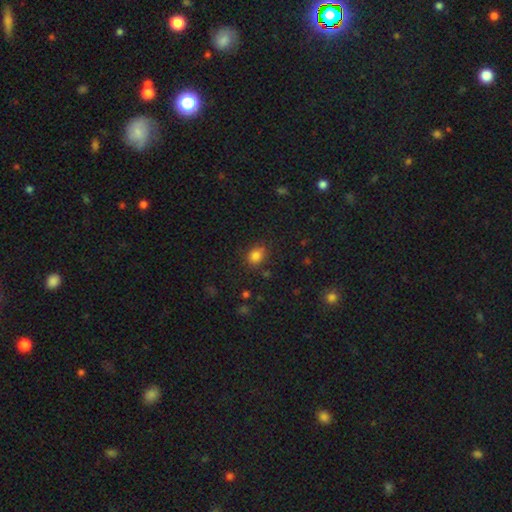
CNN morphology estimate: smooth-or-featured: smooth: 82% | star or artifact: 13% | featured or disk: 6%
  how-rounded: in between: 51% | round: 48% | cigar-shaped: 1%
  merging: none: 77% | minor disturbance: 16% | major disturbance: 4% | merger: 3%